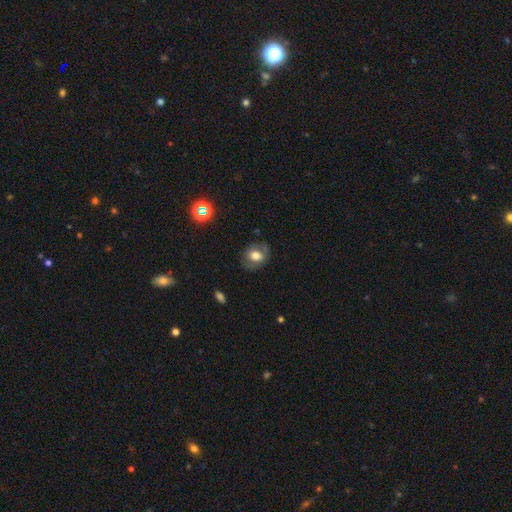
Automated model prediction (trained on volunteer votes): Q: Smooth or featured?
A: smooth (67%); runner-up: featured or disk (23%)
Q: How rounded?
A: round (50%); runner-up: in between (49%)
Q: Merging?
A: none (76%); runner-up: minor disturbance (16%)